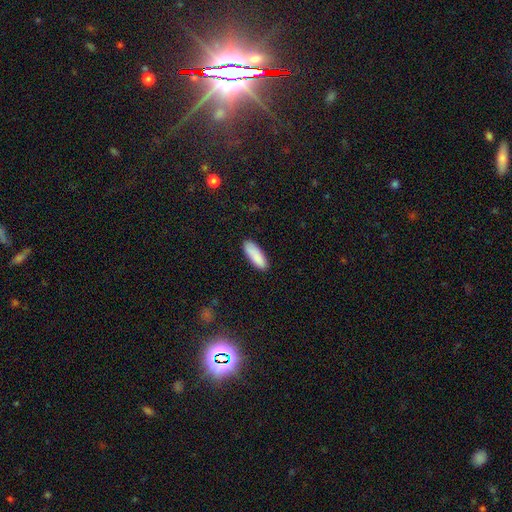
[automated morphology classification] type=smooth (90%); roundness=in between (61%); merging=none (87%).